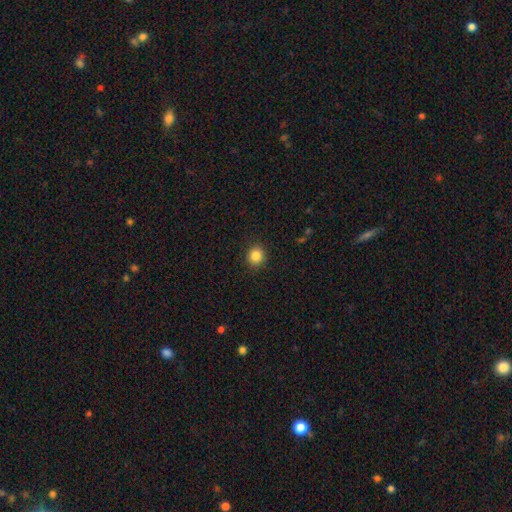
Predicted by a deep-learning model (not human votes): Smooth or featured? smooth (86%)
How rounded? round (88%)
Merging? none (91%)